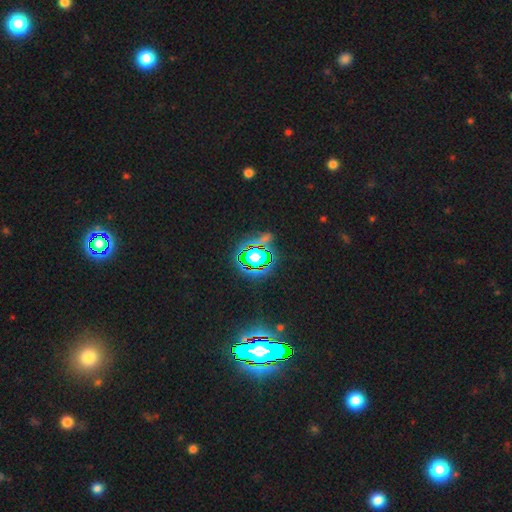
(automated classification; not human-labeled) The model was most divided on "smooth or featured": star or artifact: 68%, smooth: 18%, featured or disk: 14%.